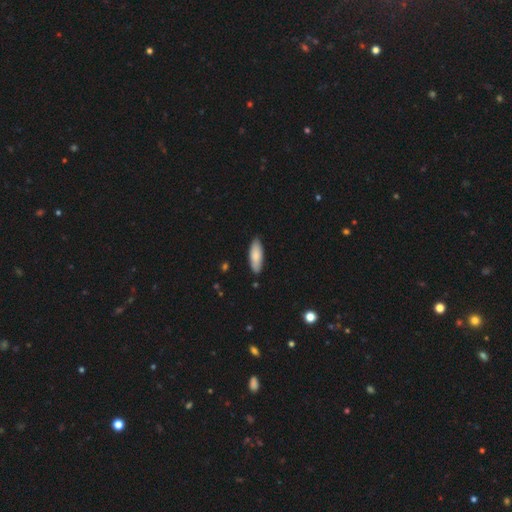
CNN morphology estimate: Smooth or featured? smooth (83%)
How rounded? in between (67%)
Merging? none (87%)